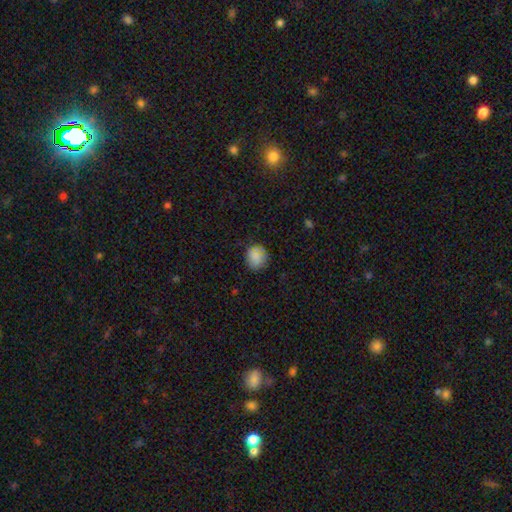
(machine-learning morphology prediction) type=smooth (84%); roundness=round (82%); merging=none (79%).